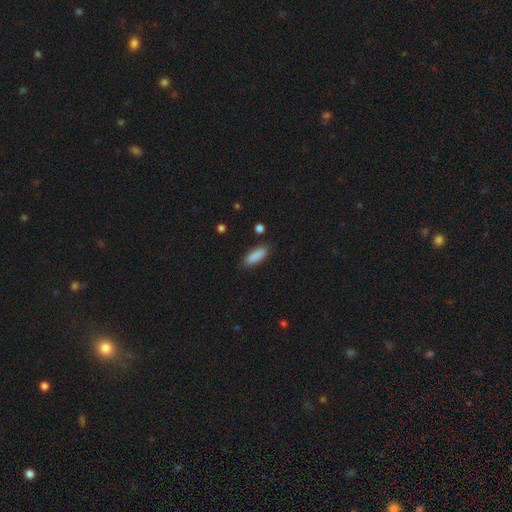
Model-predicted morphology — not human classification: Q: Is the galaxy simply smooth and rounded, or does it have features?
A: smooth — 89%.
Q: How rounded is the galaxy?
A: in between — 61%.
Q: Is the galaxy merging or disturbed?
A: none — 86%.